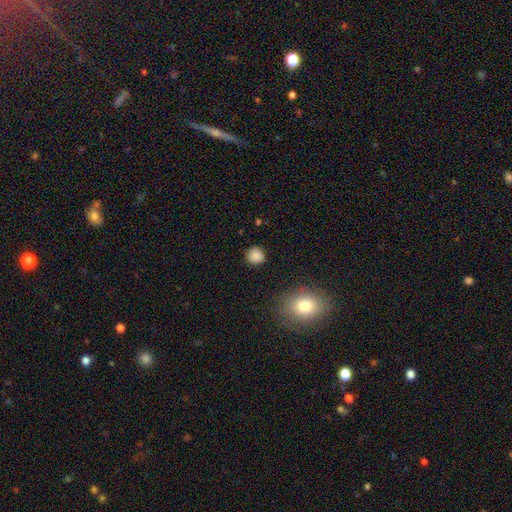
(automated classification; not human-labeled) This is clearly a smooth galaxy (85%). How rounded: clearly round (89%). Merging: clearly none (85%).